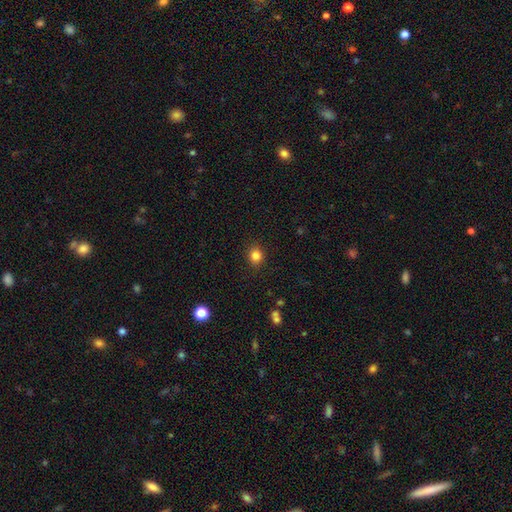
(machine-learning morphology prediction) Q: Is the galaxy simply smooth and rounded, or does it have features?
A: smooth — 84%.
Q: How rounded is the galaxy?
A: round — 77%.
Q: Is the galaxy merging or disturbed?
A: none — 89%.